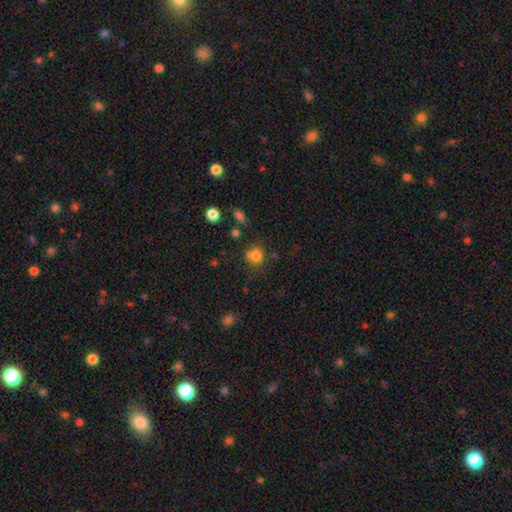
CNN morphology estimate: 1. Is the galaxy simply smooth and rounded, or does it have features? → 79% smooth, 13% star or artifact, 8% featured or disk.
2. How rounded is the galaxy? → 85% round, 14% in between, 1% cigar-shaped.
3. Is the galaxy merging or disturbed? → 64% none, 16% merger, 15% minor disturbance, 5% major disturbance.